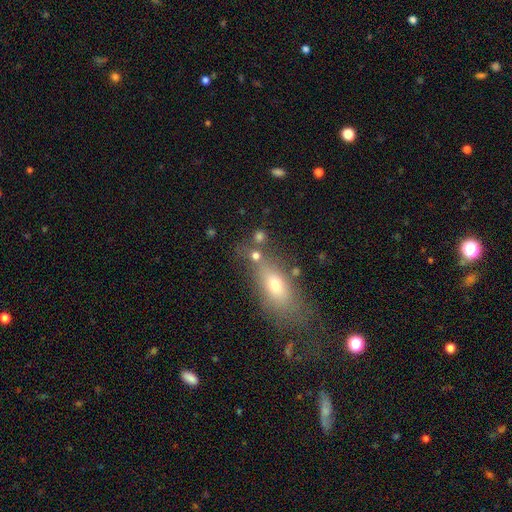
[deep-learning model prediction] smooth_or_featured: smooth (p=0.70) [alt: star or artifact p=0.16]
how_rounded: round (p=0.60) [alt: in between p=0.30]
merging: none (p=0.58) [alt: merger p=0.25]